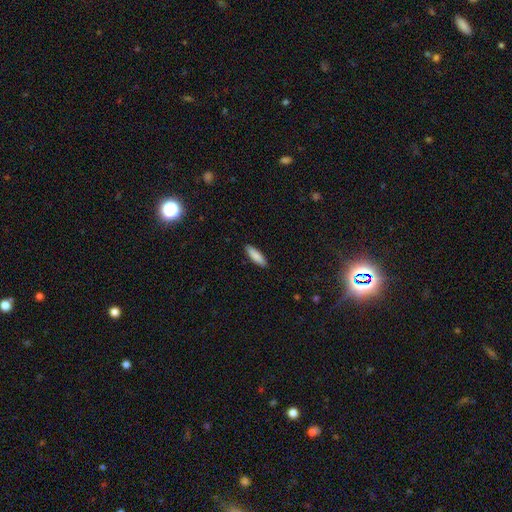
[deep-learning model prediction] smooth-or-featured: smooth: 87% | featured or disk: 7% | star or artifact: 6%
  how-rounded: cigar-shaped: 57% | in between: 41% | round: 2%
  merging: none: 90% | minor disturbance: 7% | major disturbance: 2% | merger: 1%